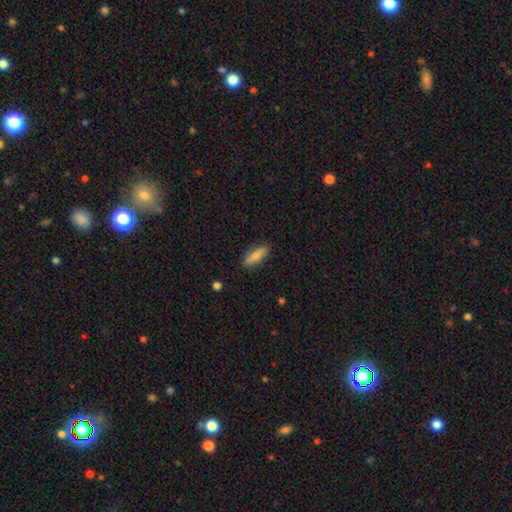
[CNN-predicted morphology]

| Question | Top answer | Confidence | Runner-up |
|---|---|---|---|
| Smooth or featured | smooth | 76% | featured or disk (17%) |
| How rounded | in between | 54% | cigar-shaped (44%) |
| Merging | none | 85% | minor disturbance (11%) |